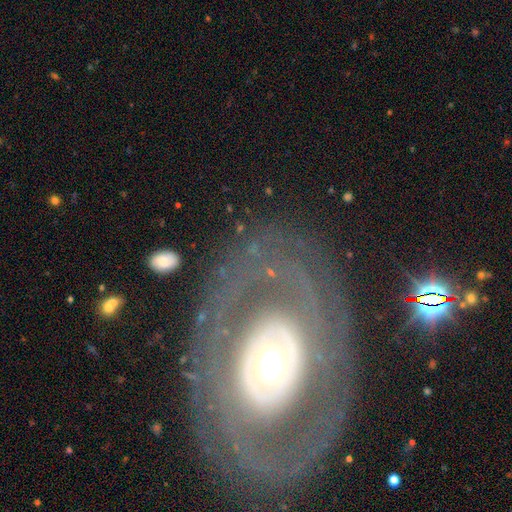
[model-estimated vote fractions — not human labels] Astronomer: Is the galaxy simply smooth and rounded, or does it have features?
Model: featured or disk — 77%.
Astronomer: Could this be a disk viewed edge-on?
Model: no — 94%.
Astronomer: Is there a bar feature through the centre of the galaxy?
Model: no — 72%.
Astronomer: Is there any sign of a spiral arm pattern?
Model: no — 52% (runner-up: yes, 48%).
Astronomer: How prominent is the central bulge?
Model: moderate — 58%.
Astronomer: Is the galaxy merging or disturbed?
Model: none — 79%.